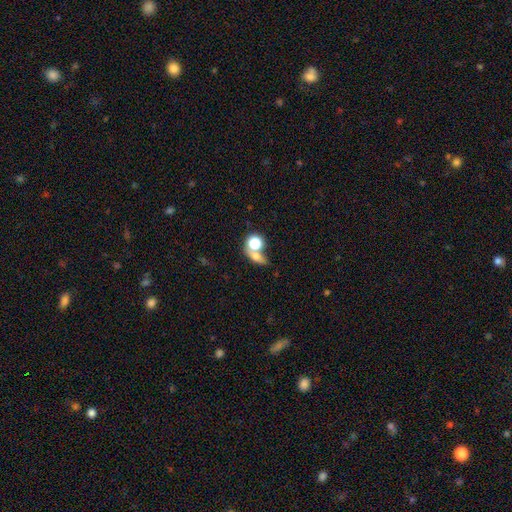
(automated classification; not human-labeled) The model was most divided on "merging": merger: 44%, none: 39%, minor disturbance: 10%, major disturbance: 8%. Remaining: smooth or featured — smooth (66%); how rounded — round (47%).